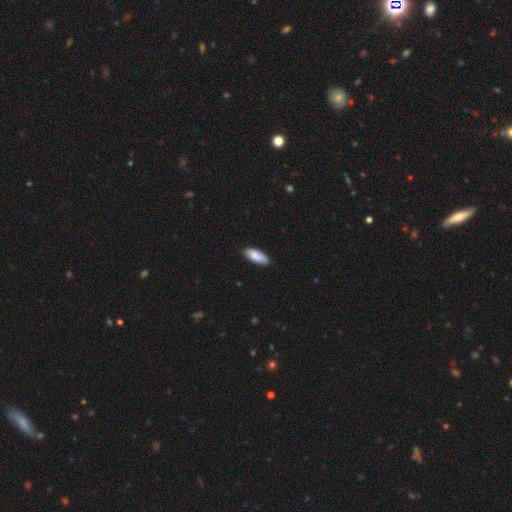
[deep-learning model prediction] smooth 87%, featured or disk 8%, star or artifact 6%. Down the decision tree: how rounded — in between (80%); merging — none (84%).